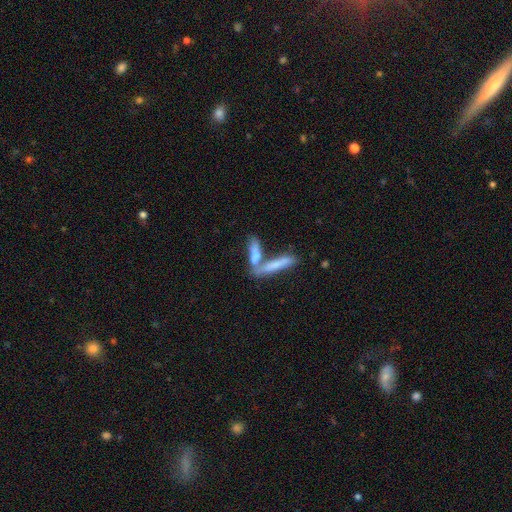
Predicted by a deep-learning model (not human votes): Smooth or featured: smooth — 64% (featured or disk — 28%)
How rounded: cigar-shaped — 77% (in between — 20%)
Merging: merger — 49% (none — 38%)